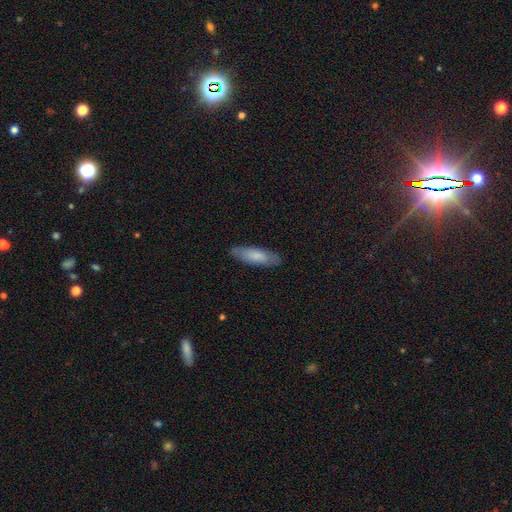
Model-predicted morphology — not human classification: This is likely a smooth galaxy (76%). How rounded: possibly cigar-shaped (54%). Merging: clearly none (85%).